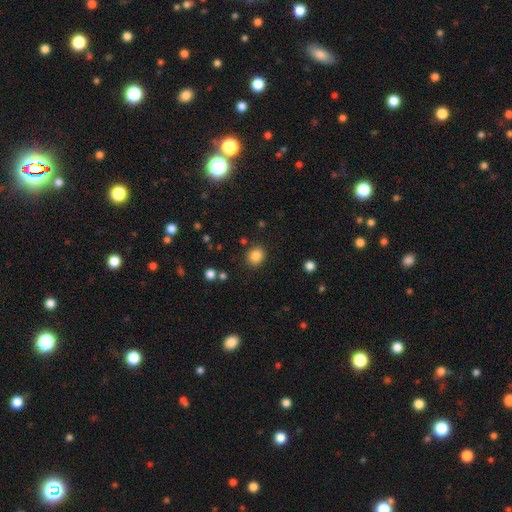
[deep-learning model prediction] This appears to be a smooth galaxy with no disk features (85%) that is round (72%). Merging: none (87%).